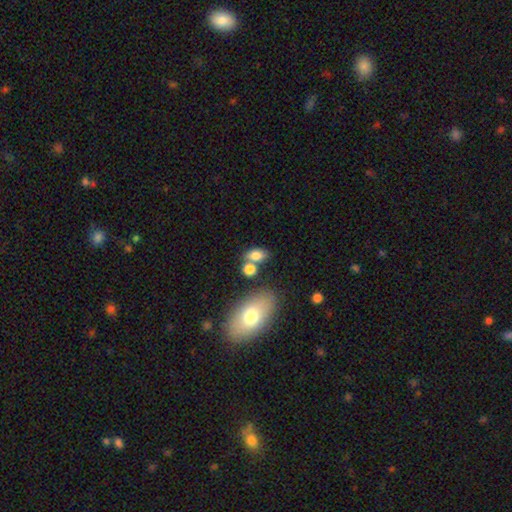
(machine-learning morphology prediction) A smooth galaxy with no disk features (78%) that is in between round and cigar-shaped (79%). Merging: none (52%).